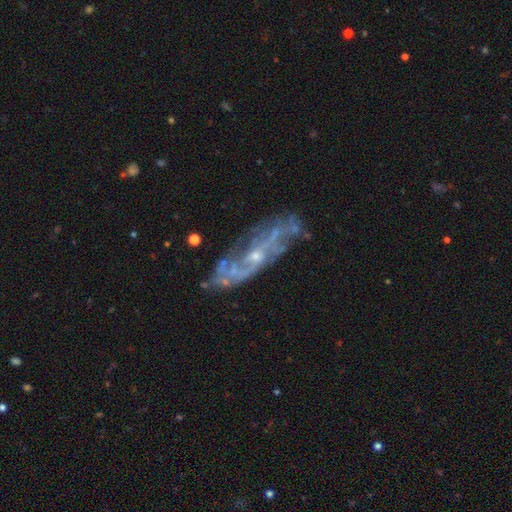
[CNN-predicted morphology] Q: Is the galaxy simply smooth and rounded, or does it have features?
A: featured or disk — 80%.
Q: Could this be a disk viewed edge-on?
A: no — 81%.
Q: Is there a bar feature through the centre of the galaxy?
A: no — 62%.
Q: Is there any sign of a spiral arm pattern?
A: yes — 81%.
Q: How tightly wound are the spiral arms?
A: medium — 39%.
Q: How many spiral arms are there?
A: can't tell — 41%.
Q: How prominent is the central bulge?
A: small — 66%.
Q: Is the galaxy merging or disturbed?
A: none — 68%.